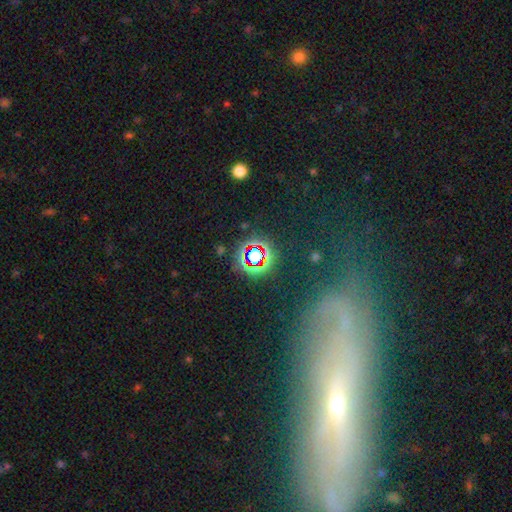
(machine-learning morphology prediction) type=star or artifact (61%).